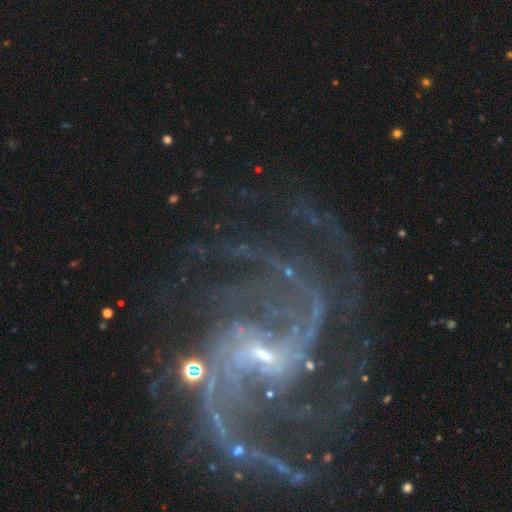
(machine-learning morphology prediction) A featured or disk galaxy (91%) with a weak bar (46%), 2 (40%) medium (53%) spiral arms (98%) and a small central bulge (79%). Merging: none (62%).